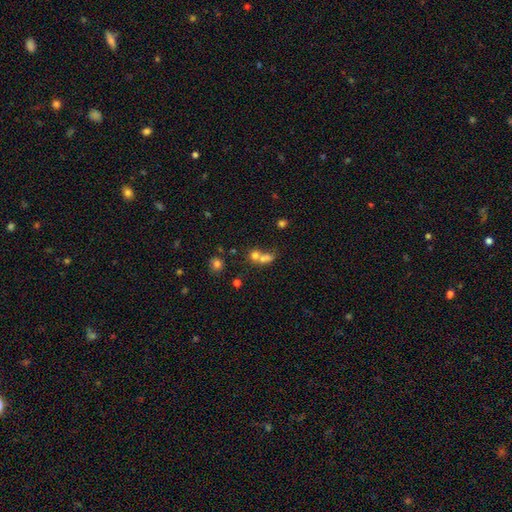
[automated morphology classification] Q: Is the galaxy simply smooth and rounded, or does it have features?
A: smooth — 66%.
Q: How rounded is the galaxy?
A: round — 66%.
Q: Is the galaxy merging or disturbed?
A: merger — 59%.